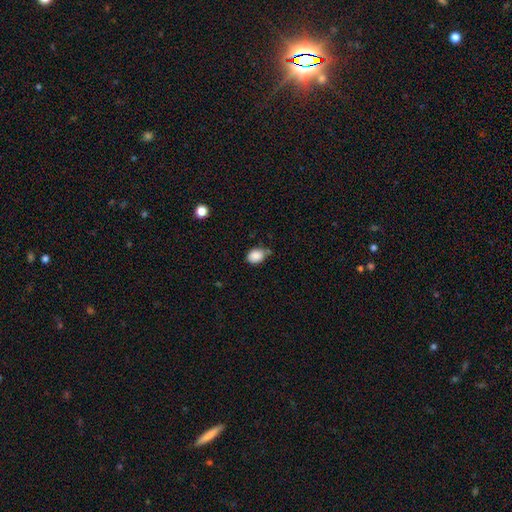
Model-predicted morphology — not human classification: Smooth or featured: smooth — 87% (star or artifact — 9%)
How rounded: in between — 61% (round — 38%)
Merging: none — 56% (minor disturbance — 32%)